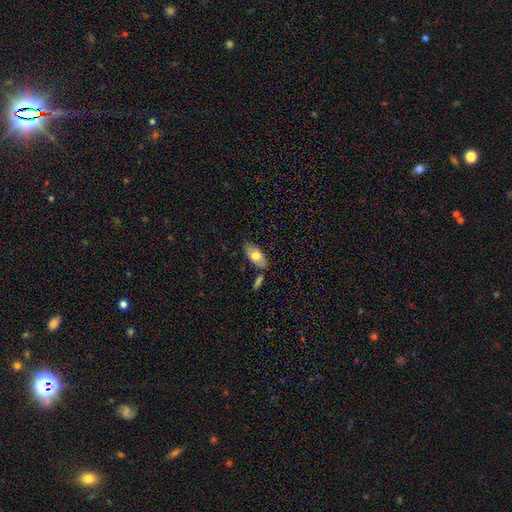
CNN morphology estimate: This appears to be a smooth galaxy with no disk features (74%) that is in between round and cigar-shaped (90%). Merging: none (75%).